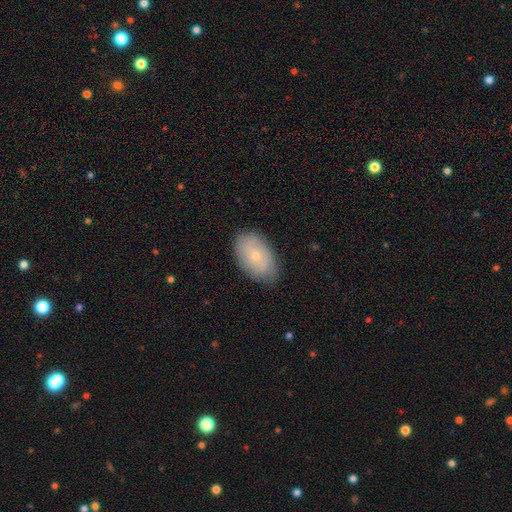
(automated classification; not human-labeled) Smooth or featured?
  - smooth: 52% *
  - featured or disk: 41%
  - star or artifact: 7%
How rounded?
  - in between: 91% *
  - round: 7%
  - cigar-shaped: 2%
Merging?
  - none: 78% *
  - minor disturbance: 17%
  - major disturbance: 3%
  - merger: 1%